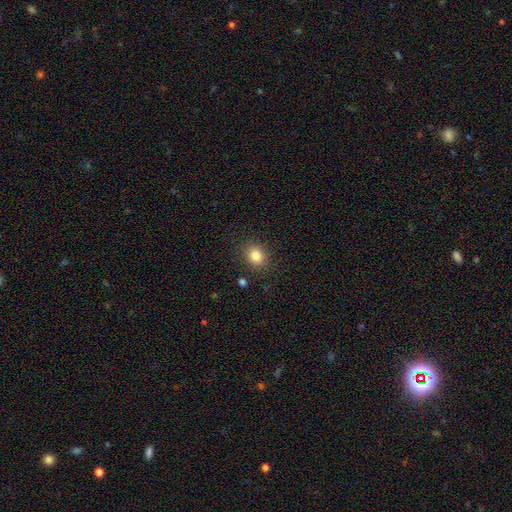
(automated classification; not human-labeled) smooth 83%, star or artifact 10%, featured or disk 6%. Down the decision tree: how rounded — round (53%); merging — none (86%).